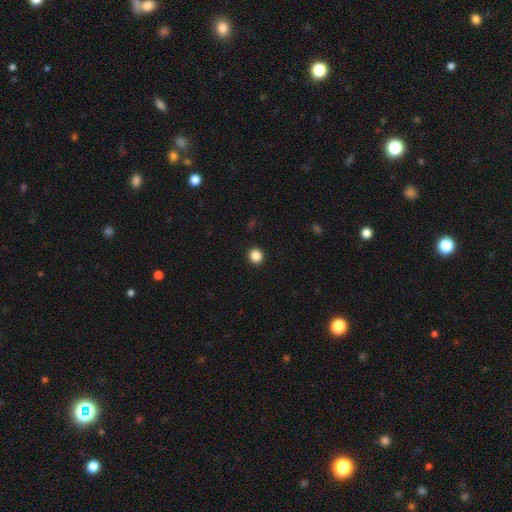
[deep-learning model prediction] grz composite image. It shows a smooth galaxy with no disk features (87%) that is round (90%). Merging: none (93%).